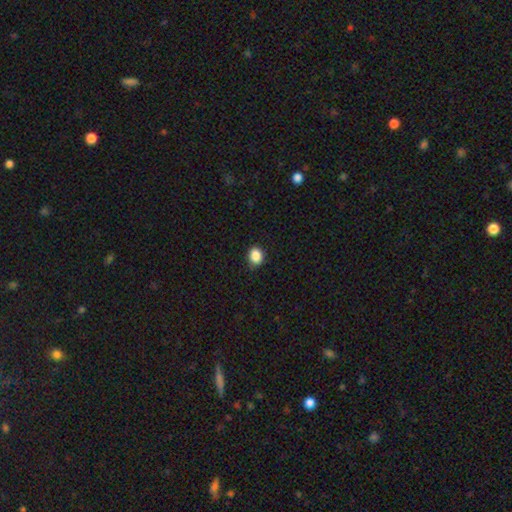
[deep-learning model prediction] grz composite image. It shows a smooth galaxy with no disk features (88%) that is round (52%). Merging: none (85%).